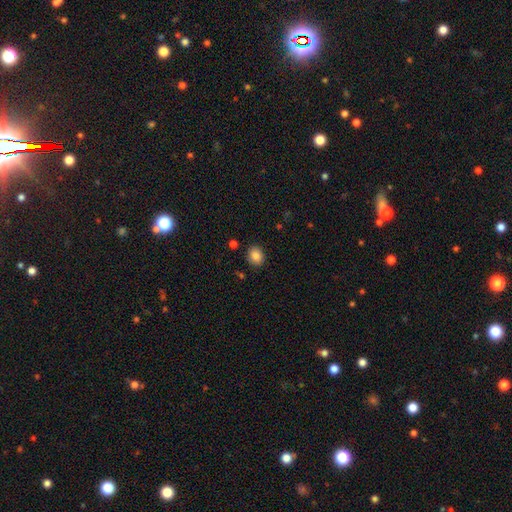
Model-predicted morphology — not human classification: Smooth or featured? Predicted: smooth (p=0.86). How rounded? Predicted: round (p=0.58). Merging? Predicted: none (p=0.88).